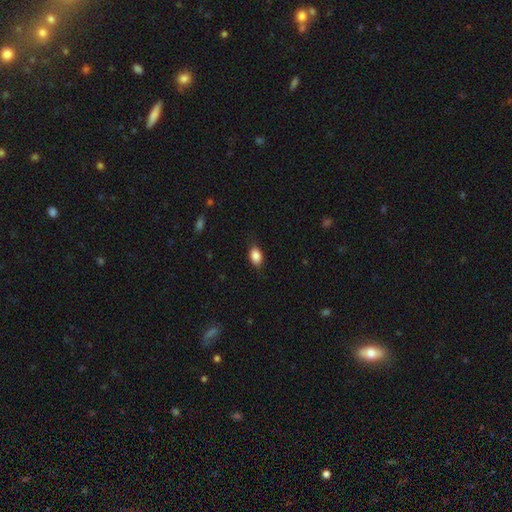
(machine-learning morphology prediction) Smooth or featured? smooth (86%)
How rounded? in between (86%)
Merging? none (80%)